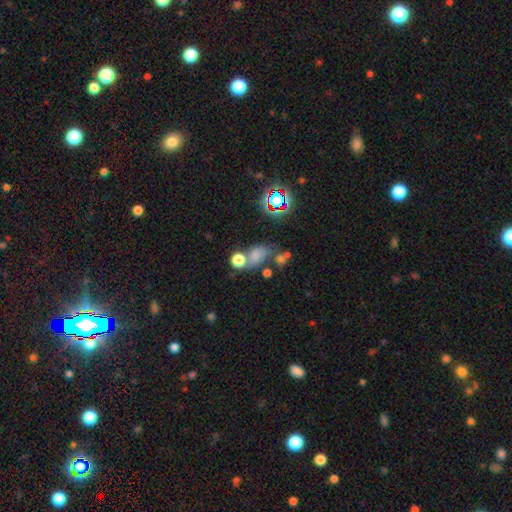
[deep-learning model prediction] smooth_or_featured: smooth (p=0.61) [alt: star or artifact p=0.23]
how_rounded: in between (p=0.68) [alt: round p=0.29]
merging: none (p=0.38) [alt: merger p=0.30]